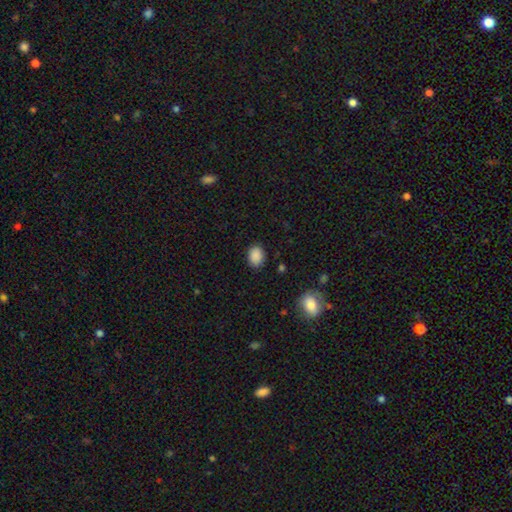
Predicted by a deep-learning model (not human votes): This appears to be a smooth galaxy with no disk features (88%) that is in between round and cigar-shaped (70%). Merging: none (85%).